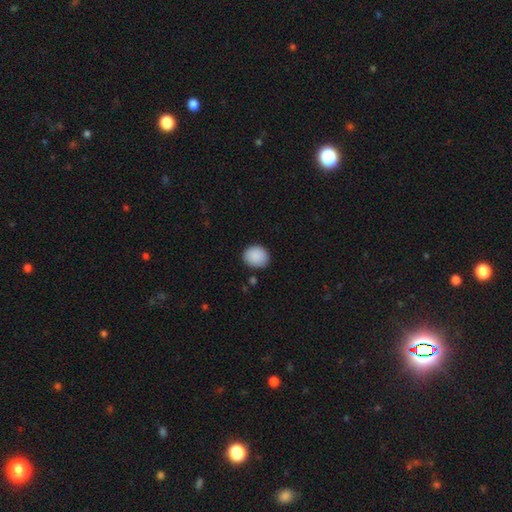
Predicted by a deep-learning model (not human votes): Smooth or featured: smooth — 90% (star or artifact — 7%)
How rounded: round — 69% (in between — 30%)
Merging: none — 85% (minor disturbance — 10%)